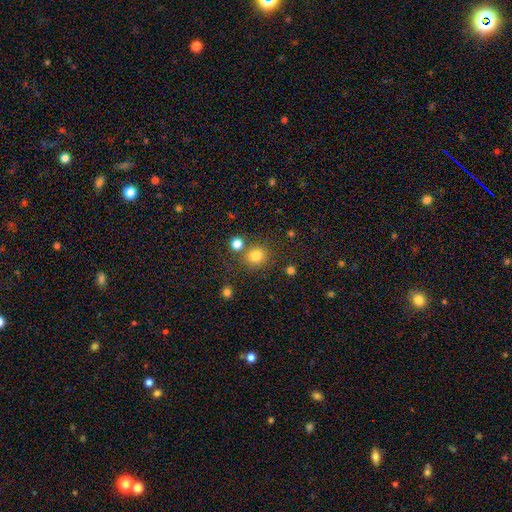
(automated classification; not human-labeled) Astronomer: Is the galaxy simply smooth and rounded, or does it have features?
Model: smooth — 80%.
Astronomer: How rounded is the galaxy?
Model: round — 87%.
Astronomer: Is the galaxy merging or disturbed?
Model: none — 75%.